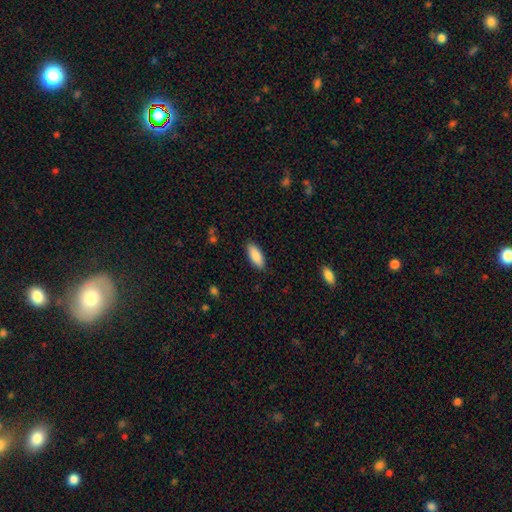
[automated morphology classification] smooth 87%, featured or disk 7%, star or artifact 6%. Down the decision tree: how rounded — in between (78%); merging — none (87%).